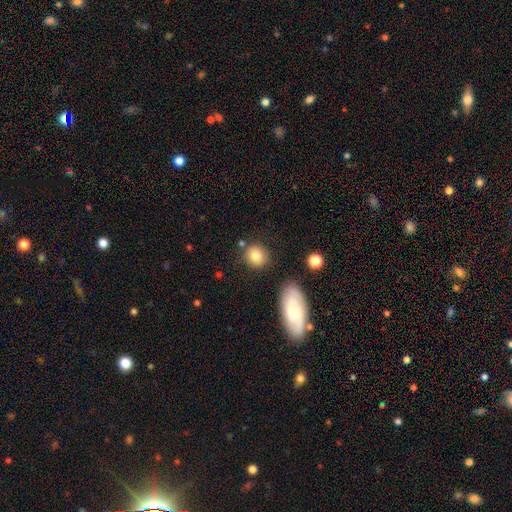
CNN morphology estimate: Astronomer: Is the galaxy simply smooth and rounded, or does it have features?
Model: smooth — 82%.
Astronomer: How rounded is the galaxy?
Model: round — 84%.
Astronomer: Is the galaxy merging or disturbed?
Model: none — 81%.